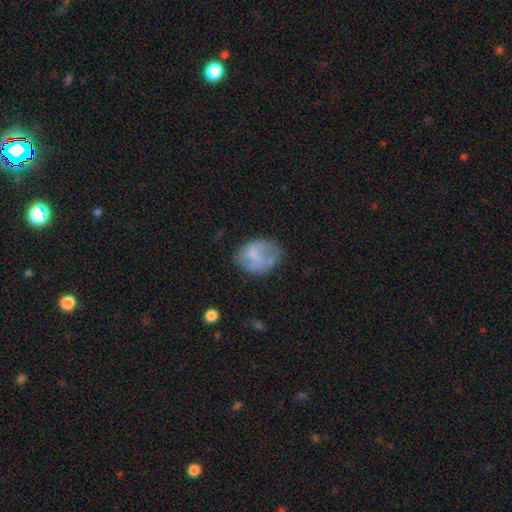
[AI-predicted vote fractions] A smooth galaxy with no disk features (58%) that is in between round and cigar-shaped (58%). Merging: none (47%).